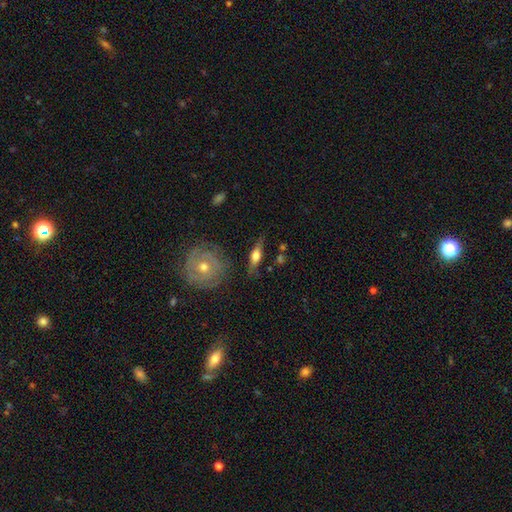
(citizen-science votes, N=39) featured or disk 59%, smooth 31%, star or artifact 10%. Down the decision tree: edge-on disk — yes (83%); edge-on bulge — rounded (89%); merging — none (89%).